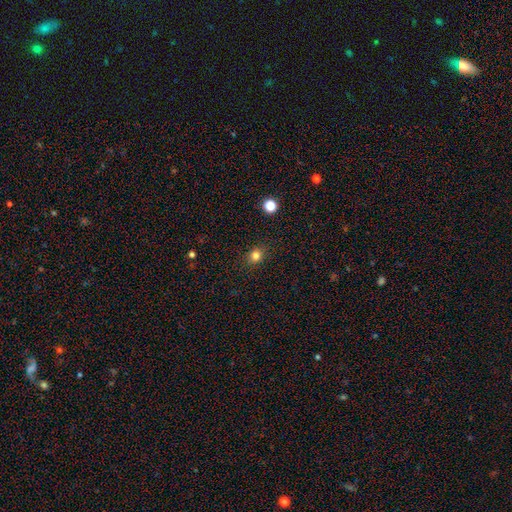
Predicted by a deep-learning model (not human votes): Smooth or featured: smooth — 81% (star or artifact — 14%)
How rounded: round — 70% (in between — 29%)
Merging: none — 88% (minor disturbance — 8%)